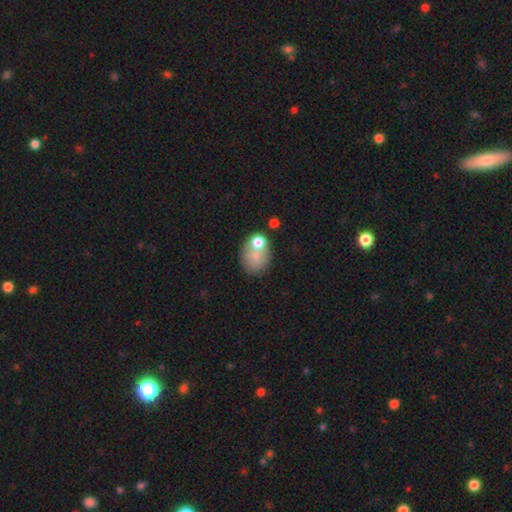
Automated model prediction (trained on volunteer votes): Smooth or featured?
  - smooth: 72% *
  - featured or disk: 18%
  - star or artifact: 10%
How rounded?
  - round: 51% *
  - in between: 47%
  - cigar-shaped: 1%
Merging?
  - merger: 38% * (tied)
  - none: 38% * (tied)
  - minor disturbance: 15%
  - major disturbance: 9%